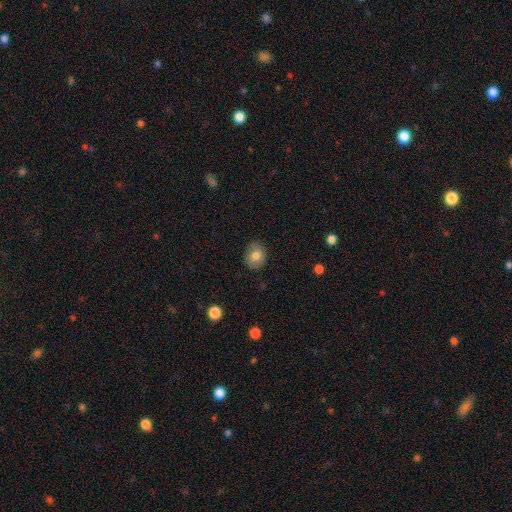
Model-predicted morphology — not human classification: Overall: smooth (76%). How rounded: round (56%; in between 43%). Merging: none (82%).